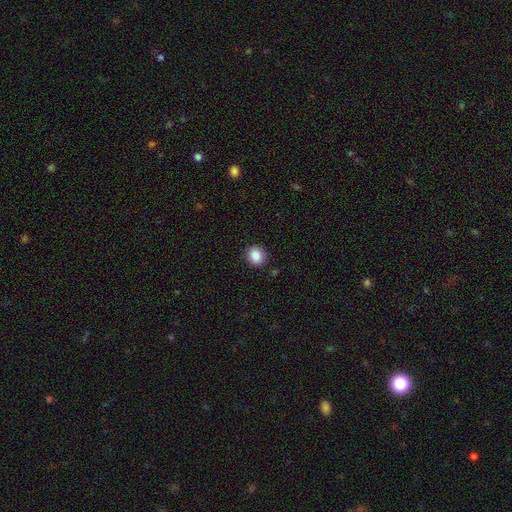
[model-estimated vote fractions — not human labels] Morphology: type=smooth (87%); roundness=round (79%); merging=none (90%).